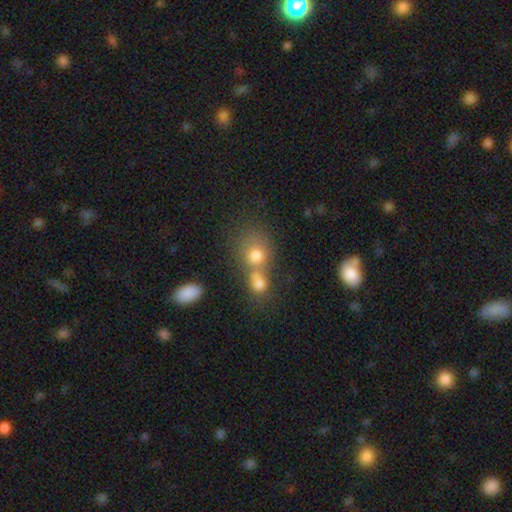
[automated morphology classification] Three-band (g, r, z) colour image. It shows a smooth galaxy with no disk features (69%) that is round (72%). Merging: merger (54%).